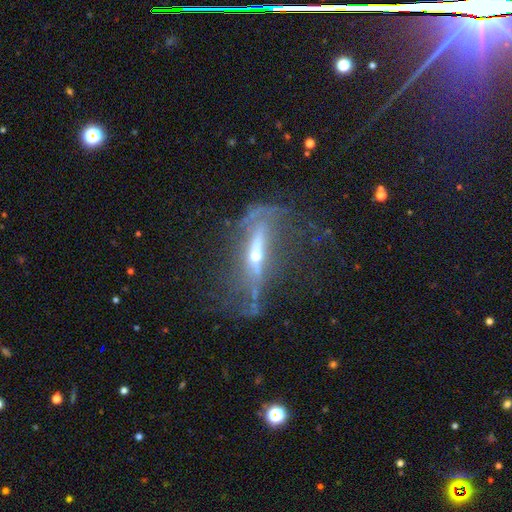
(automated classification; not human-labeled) smooth_or_featured: featured or disk (p=0.74) [alt: smooth p=0.16]
disk_edge_on: yes (p=0.55) [alt: no p=0.45]
merging: none (p=0.50) [alt: major disturbance p=0.25]